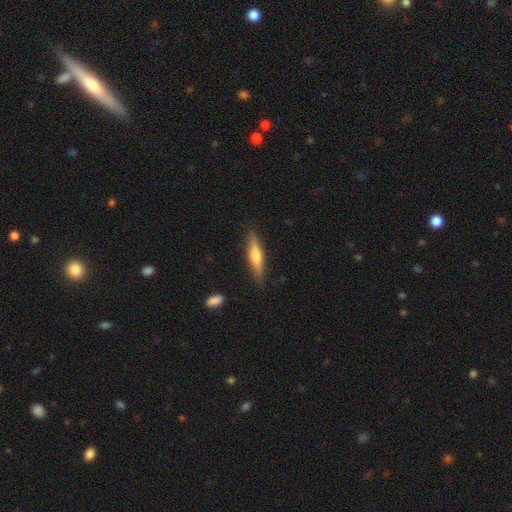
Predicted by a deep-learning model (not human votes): featured or disk 52%, smooth 42%, star or artifact 6%. Down the decision tree: edge-on disk — yes (95%); merging — none (86%).